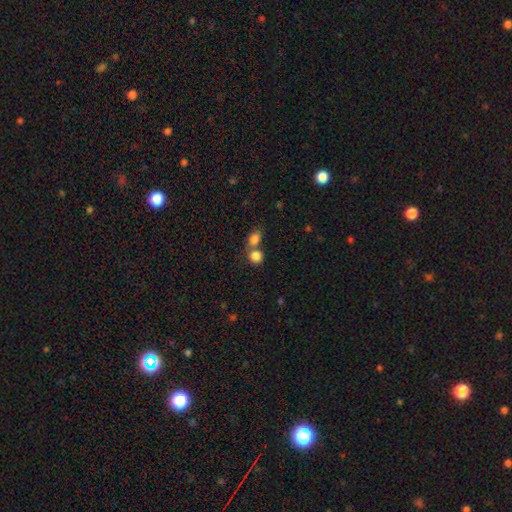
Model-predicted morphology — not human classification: type=smooth (84%); roundness=round (75%); merging=merger (46%).